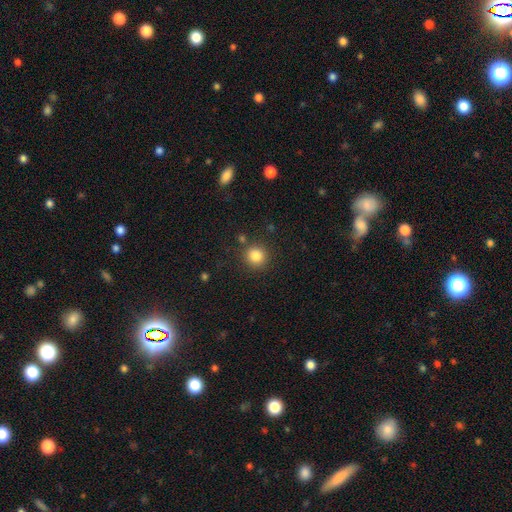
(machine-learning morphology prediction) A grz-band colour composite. It shows a smooth galaxy with no disk features (84%) that is round (92%). Merging: none (86%).